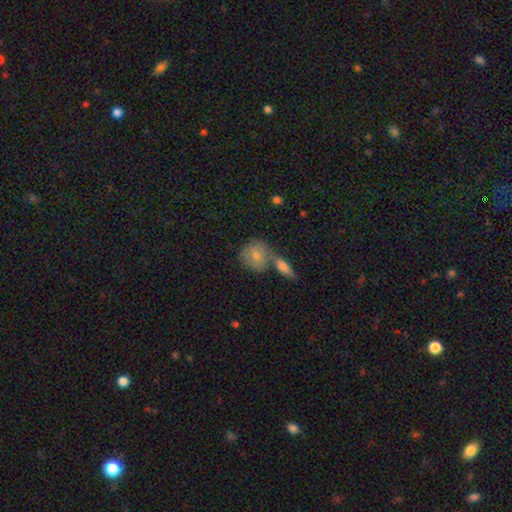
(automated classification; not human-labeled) Smooth or featured? smooth (72%)
How rounded? round (77%)
Merging? none (45%)